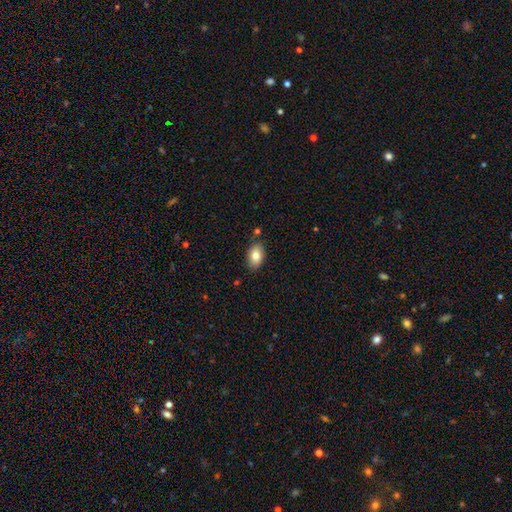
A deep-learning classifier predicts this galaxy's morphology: A smooth galaxy with no disk features (80%) that is in between round and cigar-shaped (91%).

Vote fractions:
- Smooth or featured? smooth: 80% / featured or disk: 12% / star or artifact: 8%
- How rounded? in between: 91% / round: 8% / cigar-shaped: 2%
- Merging? none: 82% / minor disturbance: 13% / merger: 3% / major disturbance: 2%